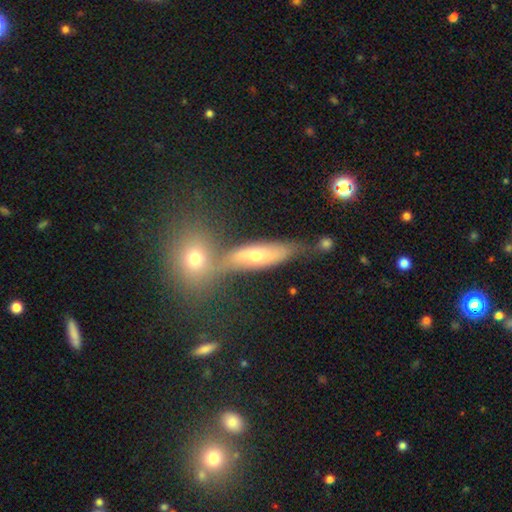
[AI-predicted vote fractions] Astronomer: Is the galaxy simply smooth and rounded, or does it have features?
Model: smooth — 53% (runner-up: featured or disk, 35%).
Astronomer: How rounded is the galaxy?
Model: in between — 49% (runner-up: cigar-shaped, 43%).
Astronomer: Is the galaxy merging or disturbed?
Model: none — 54%.